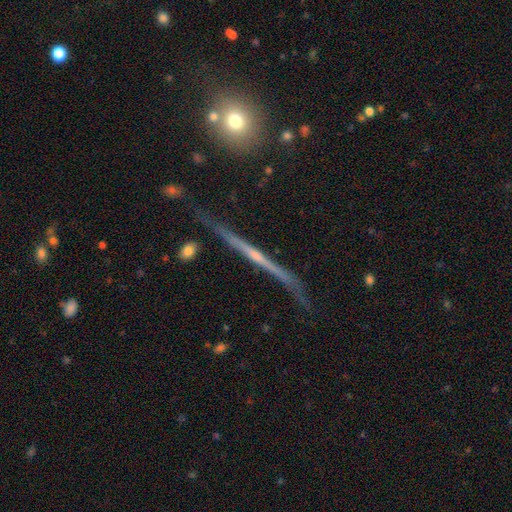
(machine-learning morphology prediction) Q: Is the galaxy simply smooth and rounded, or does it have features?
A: featured or disk — 81%.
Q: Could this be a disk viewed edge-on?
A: yes — 95%.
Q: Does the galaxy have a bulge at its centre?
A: none — 47%.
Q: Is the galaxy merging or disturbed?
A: none — 74%.